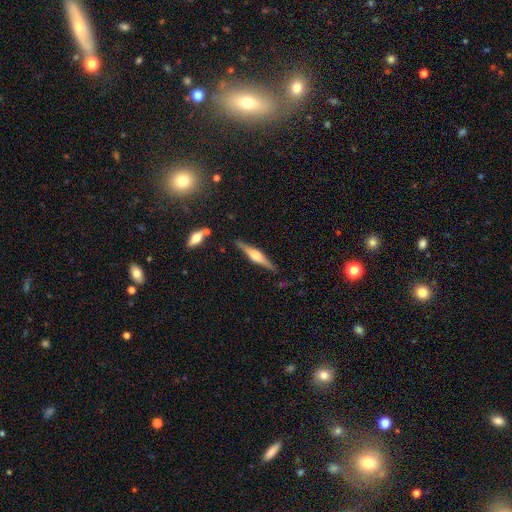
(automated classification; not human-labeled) This is likely a featured or disk galaxy (74%). It is clearly viewed edge-on (98%). Edge-on bulge: likely rounded (80%). Merging: clearly none (87%).